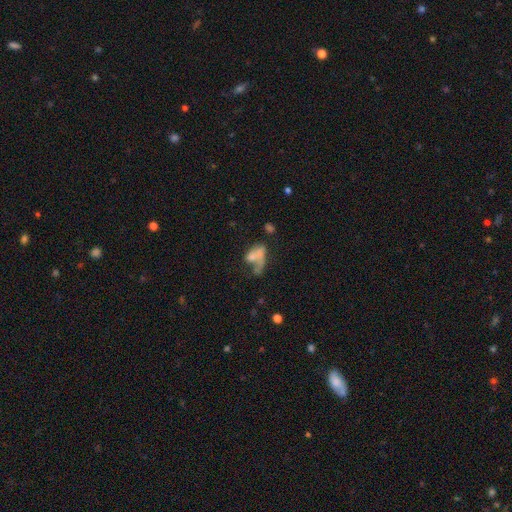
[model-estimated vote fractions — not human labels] Overall: smooth (51%; featured or disk 36%). How rounded: in between (81%). Merging: major disturbance (37%; merger 33%).